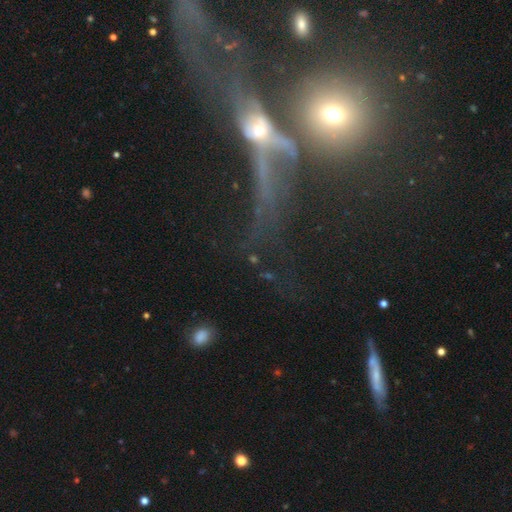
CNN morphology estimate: Smooth or featured?
  - featured or disk: 48% *
  - smooth: 26%
  - star or artifact: 26%
Merging?
  - merger: 35% *
  - none: 29%
  - major disturbance: 23%
  - minor disturbance: 12%